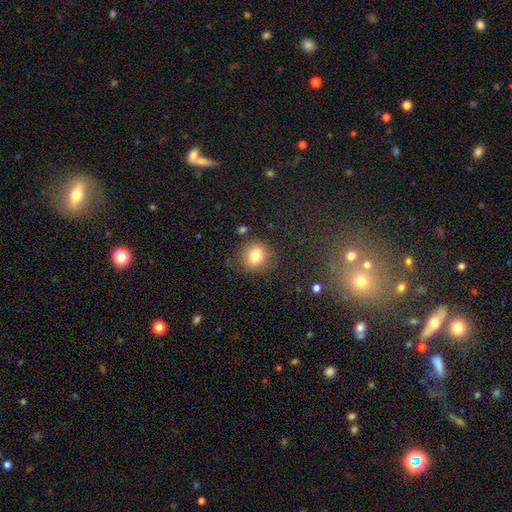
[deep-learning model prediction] Smooth or featured?
  - smooth: 80% *
  - star or artifact: 11%
  - featured or disk: 8%
How rounded?
  - round: 81% *
  - in between: 18%
  - cigar-shaped: 1%
Merging?
  - none: 81% *
  - minor disturbance: 12%
  - major disturbance: 4%
  - merger: 3%